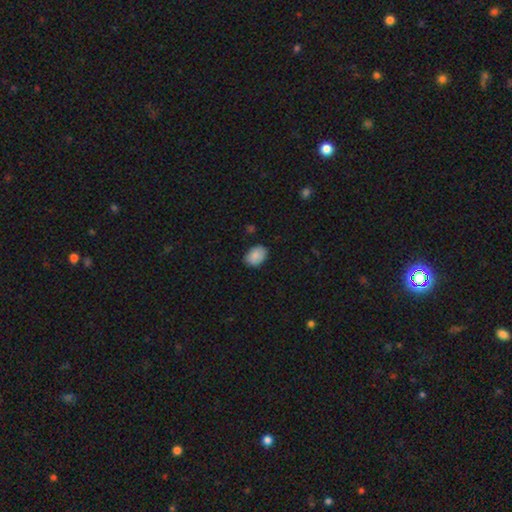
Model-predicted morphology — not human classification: Smooth or featured? Predicted: smooth (p=0.88). How rounded? Predicted: in between (p=0.81). Merging? Predicted: none (p=0.83).